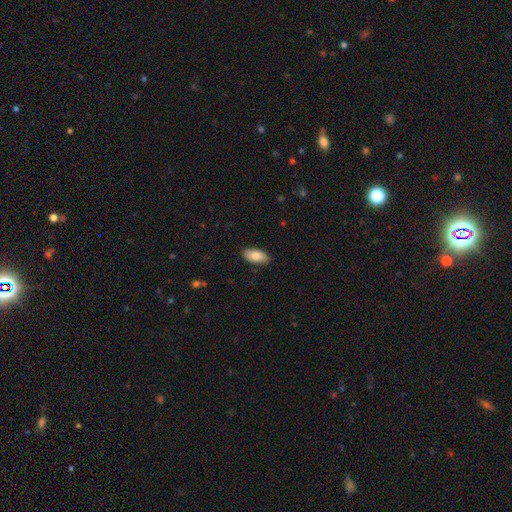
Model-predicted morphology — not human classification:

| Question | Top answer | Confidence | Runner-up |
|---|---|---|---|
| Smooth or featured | smooth | 84% | featured or disk (10%) |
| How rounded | in between | 91% | cigar-shaped (6%) |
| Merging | none | 85% | minor disturbance (12%) |